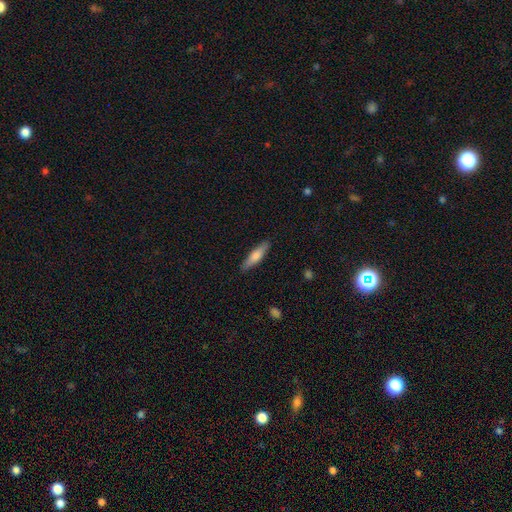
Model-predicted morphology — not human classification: The model was most divided on "smooth or featured": smooth: 68%, featured or disk: 26%, star or artifact: 6%. More confident: merging — none (87%); how rounded — cigar-shaped (73%).